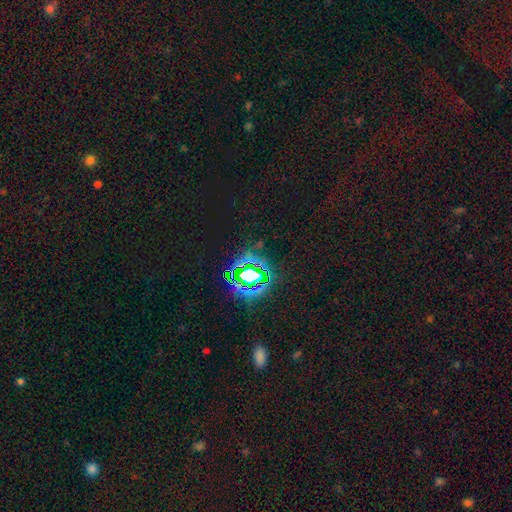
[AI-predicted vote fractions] smooth-or-featured: star or artifact: 74% | smooth: 18% | featured or disk: 8%